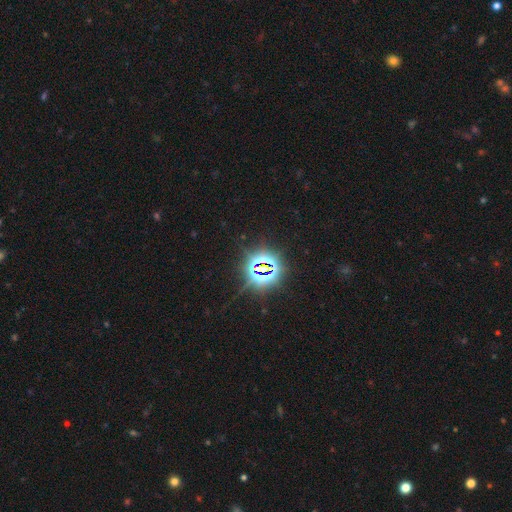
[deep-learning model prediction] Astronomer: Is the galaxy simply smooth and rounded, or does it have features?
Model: star or artifact — 82%.